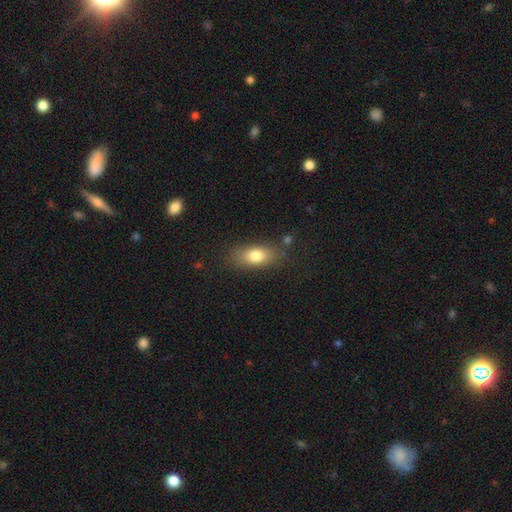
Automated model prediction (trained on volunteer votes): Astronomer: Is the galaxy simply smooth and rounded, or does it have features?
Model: smooth — 79%.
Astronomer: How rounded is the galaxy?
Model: in between — 80%.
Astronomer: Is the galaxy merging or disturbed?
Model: none — 78%.